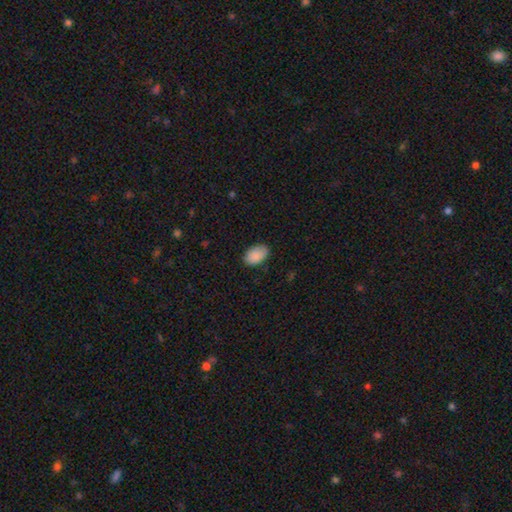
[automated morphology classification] type=smooth (89%); roundness=in between (91%); merging=none (80%).